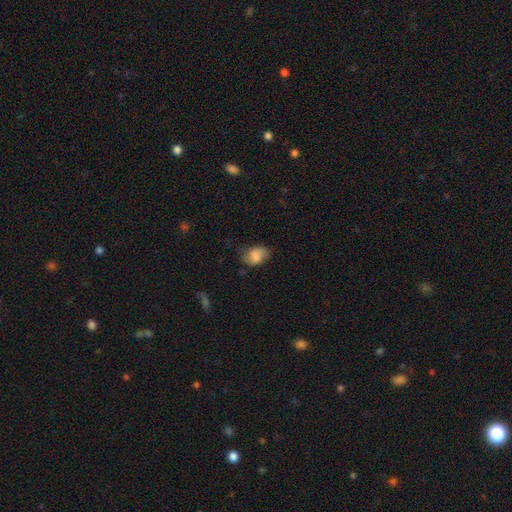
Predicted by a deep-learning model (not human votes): A smooth galaxy with no disk features (77%) that is in between round and cigar-shaped (74%).

Vote fractions:
- Smooth or featured? smooth: 77% / featured or disk: 15% / star or artifact: 8%
- How rounded? in between: 74% / round: 25% / cigar-shaped: 1%
- Merging? none: 54% / minor disturbance: 32% / major disturbance: 12% / merger: 2%